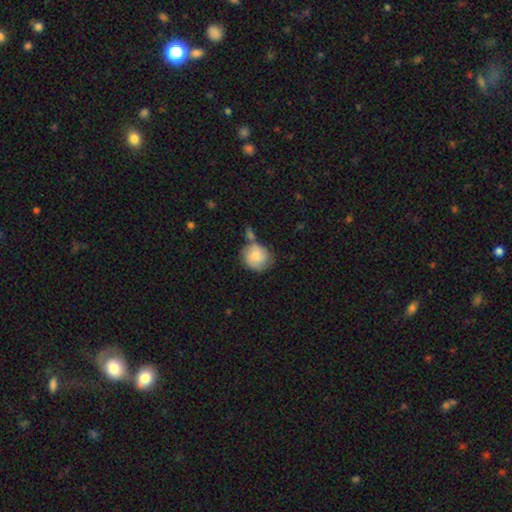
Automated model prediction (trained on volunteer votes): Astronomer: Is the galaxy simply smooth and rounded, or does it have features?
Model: smooth — 71%.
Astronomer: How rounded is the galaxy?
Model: round — 81%.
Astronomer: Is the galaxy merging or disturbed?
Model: none — 47% (runner-up: minor disturbance, 24%).